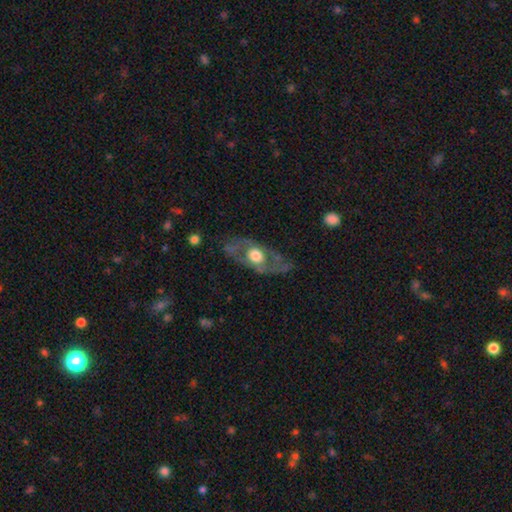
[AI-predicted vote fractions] This appears to be a featured or disk galaxy (66%) with no bar (87%), no spiral arms (70%) and a large central bulge (48%). Merging: none (68%).